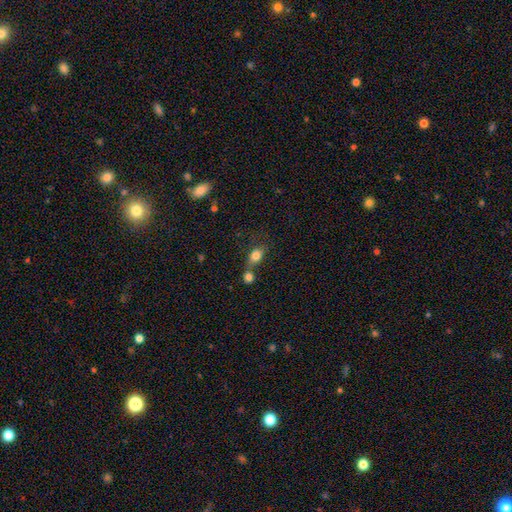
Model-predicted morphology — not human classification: Smooth or featured?
  - smooth: 81% *
  - star or artifact: 10%
  - featured or disk: 9%
How rounded?
  - in between: 71% *
  - round: 26%
  - cigar-shaped: 3%
Merging?
  - merger: 46% *
  - none: 36%
  - minor disturbance: 12%
  - major disturbance: 6%